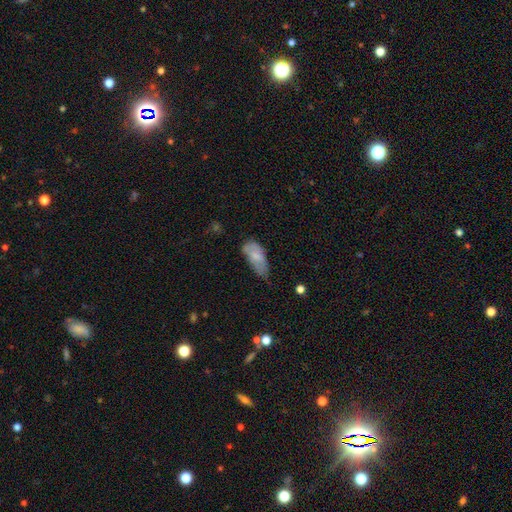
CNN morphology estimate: smooth-or-featured: smooth: 71% | featured or disk: 21% | star or artifact: 8%
  how-rounded: in between: 88% | cigar-shaped: 9% | round: 3%
  merging: minor disturbance: 44% | none: 30% | major disturbance: 22% | merger: 4%